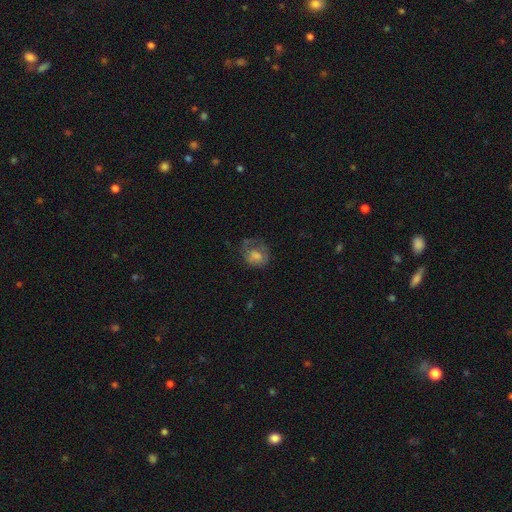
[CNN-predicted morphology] A smooth galaxy with no disk features (50%).

Vote fractions:
- Smooth or featured? smooth: 50% / featured or disk: 37% / star or artifact: 13%
- Merging? none: 45% / major disturbance: 29% / minor disturbance: 24% / merger: 2%